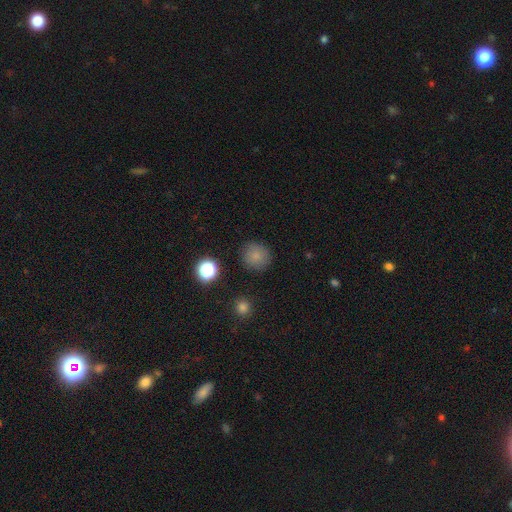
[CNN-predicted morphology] smooth-or-featured: smooth: 81% | star or artifact: 13% | featured or disk: 6%
  how-rounded: round: 92% | in between: 7% | cigar-shaped: 1%
  merging: none: 87% | minor disturbance: 8% | major disturbance: 3% | merger: 2%